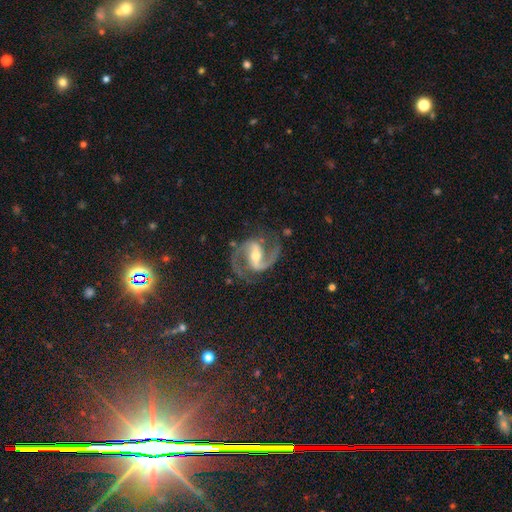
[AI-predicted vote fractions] This is clearly a featured or disk galaxy (92%). It is clearly not viewed edge-on (98%). Bar: possibly strong (50%). Spiral arm pattern: clearly yes (98%). Spiral arm count: clearly 2 (94%). Spiral winding: likely medium (65%). Central bulge: possibly moderate (55%). Merging: likely none (78%).